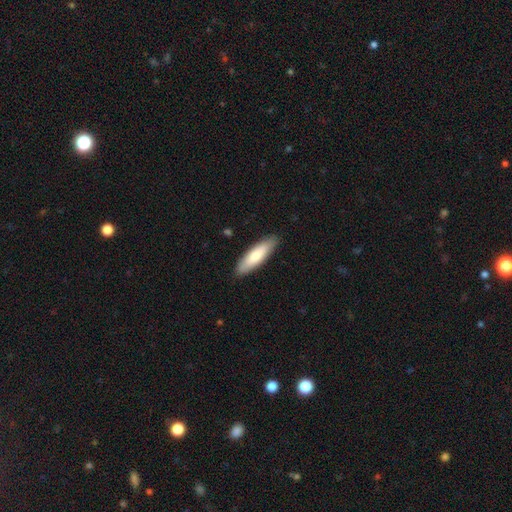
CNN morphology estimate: smooth-or-featured: smooth: 76% | featured or disk: 19% | star or artifact: 5%
  how-rounded: cigar-shaped: 59% | in between: 40% | round: 1%
  merging: none: 88% | minor disturbance: 9% | major disturbance: 2% | merger: 1%